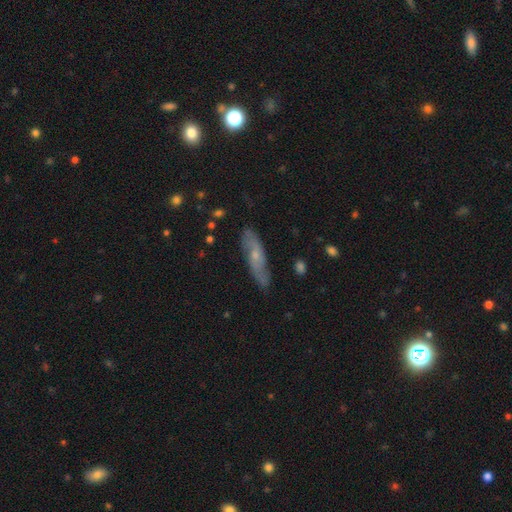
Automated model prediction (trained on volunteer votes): Smooth or featured?
  - featured or disk: 60% *
  - smooth: 32%
  - star or artifact: 8%
Edge-on disk?
  - no: 68% *
  - yes: 32%
Merging?
  - none: 79% *
  - minor disturbance: 16%
  - major disturbance: 4%
  - merger: 2%